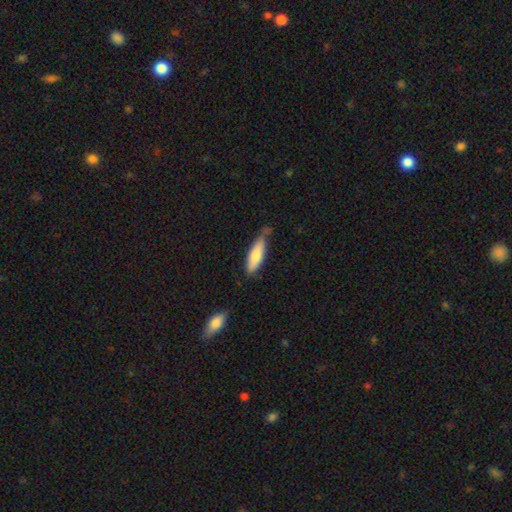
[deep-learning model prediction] Smooth or featured? smooth (78%)
How rounded? cigar-shaped (55%)
Merging? none (52%)